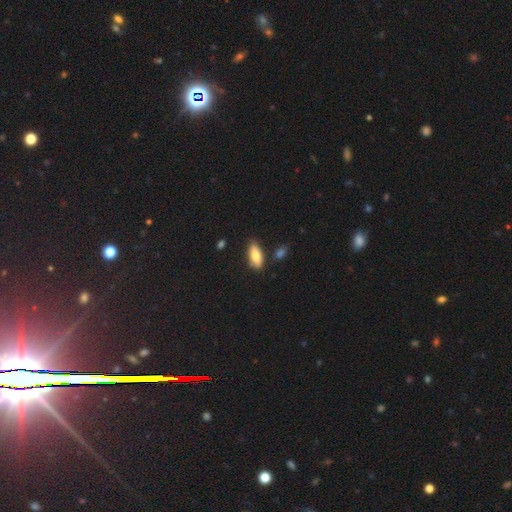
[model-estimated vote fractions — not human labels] smooth 80%, featured or disk 14%, star or artifact 6%. Down the decision tree: how rounded — in between (81%); merging — none (75%).